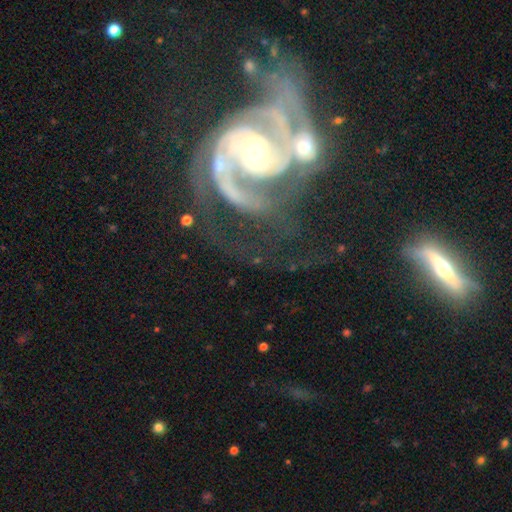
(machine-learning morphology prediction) Overall: featured or disk (90%). Edge-on disk: no (97%). Bar: weak (38%; no 34%). Spiral arms: yes (98%). Spiral arm count: 2 (75%). Spiral winding: medium (51%; tight 36%). Bulge size: moderate (47%; small 46%). Merging: merger (33%; none 32%).